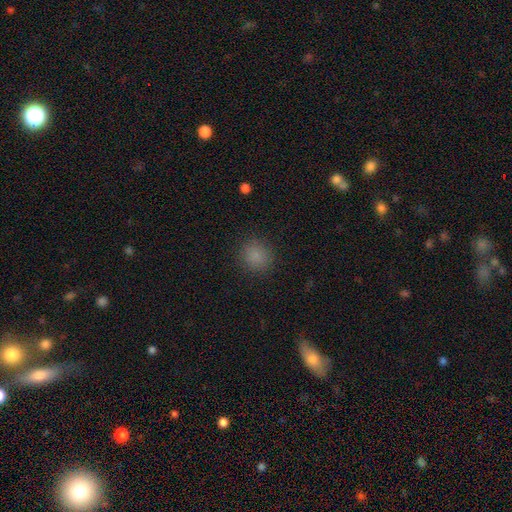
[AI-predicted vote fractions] Overall: smooth (84%). How rounded: round (84%). Merging: none (88%).